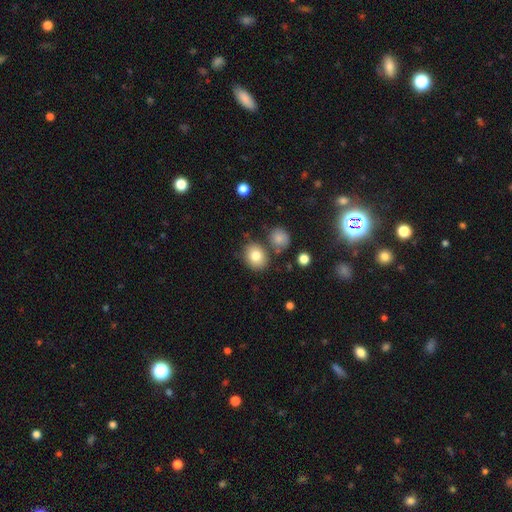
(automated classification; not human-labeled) This appears to be a smooth galaxy with no disk features (81%) that is round (54%). Merging: none (74%).